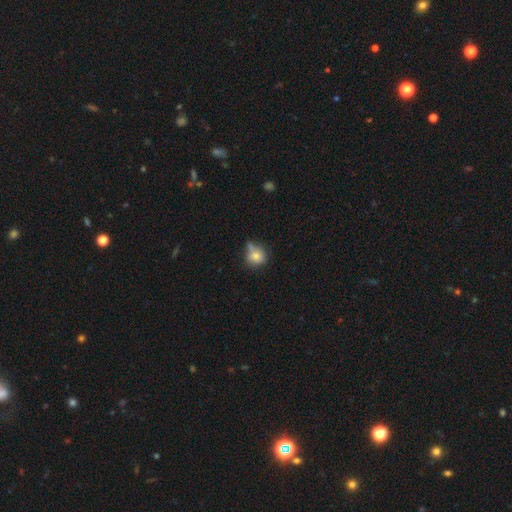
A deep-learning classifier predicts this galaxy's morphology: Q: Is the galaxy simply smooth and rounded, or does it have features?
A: smooth — 73%.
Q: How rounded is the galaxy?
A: round — 71%.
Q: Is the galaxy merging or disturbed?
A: none — 47%.